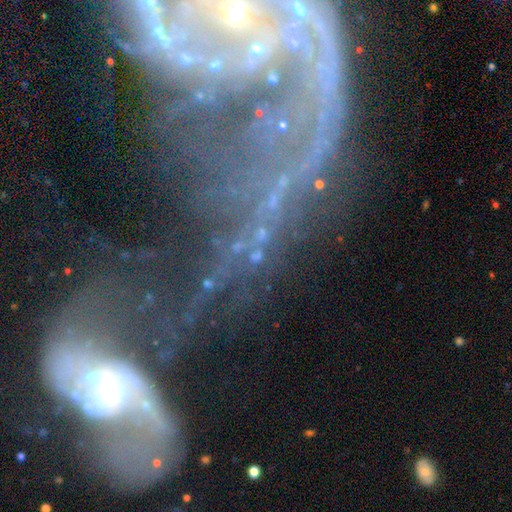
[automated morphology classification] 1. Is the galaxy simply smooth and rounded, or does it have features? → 62% featured or disk, 25% star or artifact, 13% smooth.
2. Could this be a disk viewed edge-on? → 89% no, 11% yes.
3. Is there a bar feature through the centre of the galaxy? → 48% no, 28% weak, 23% strong.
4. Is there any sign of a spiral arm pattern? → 72% yes, 28% no.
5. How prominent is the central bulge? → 46% small, 28% moderate, 16% none, 6% large, 4% dominant.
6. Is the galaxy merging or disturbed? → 35% none (tied), 35% major disturbance (tied), 15% minor disturbance, 15% merger.